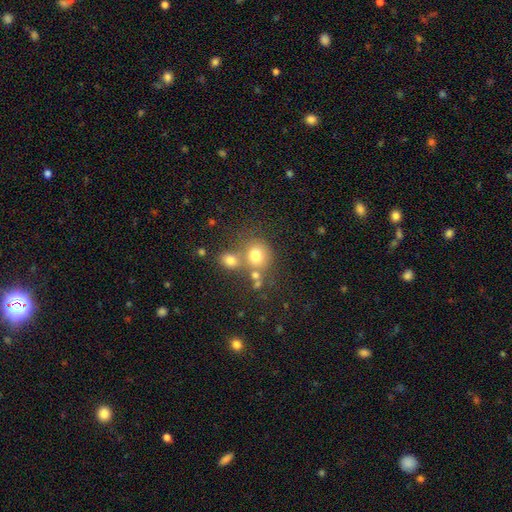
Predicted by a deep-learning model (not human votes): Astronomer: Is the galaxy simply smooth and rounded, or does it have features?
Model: smooth — 73%.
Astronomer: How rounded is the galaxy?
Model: round — 75%.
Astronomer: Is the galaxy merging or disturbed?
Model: none — 49% (runner-up: merger, 34%).